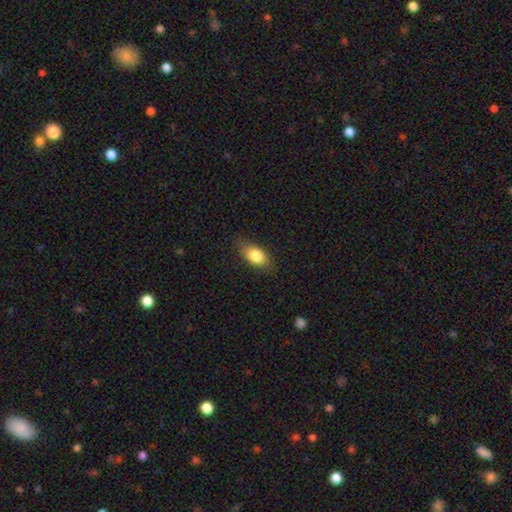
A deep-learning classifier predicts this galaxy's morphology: smooth-or-featured: smooth: 81% | featured or disk: 12% | star or artifact: 7%
  how-rounded: in between: 87% | round: 8% | cigar-shaped: 5%
  merging: none: 80% | minor disturbance: 16% | major disturbance: 3% | merger: 1%